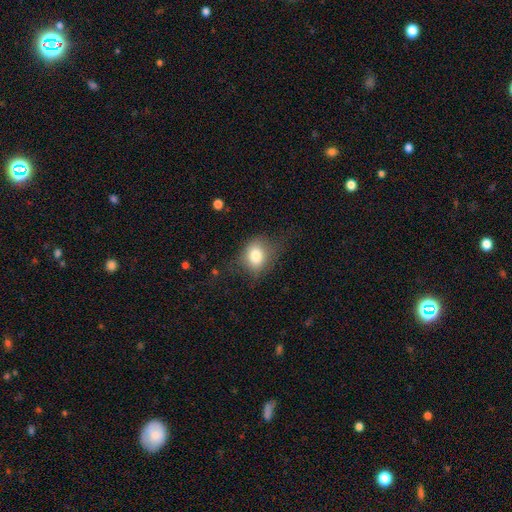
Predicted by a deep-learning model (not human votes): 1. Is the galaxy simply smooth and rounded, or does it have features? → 77% smooth, 13% featured or disk, 10% star or artifact.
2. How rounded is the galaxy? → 51% round, 48% in between, 1% cigar-shaped.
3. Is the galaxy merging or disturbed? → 57% none, 26% minor disturbance, 16% major disturbance, 1% merger.